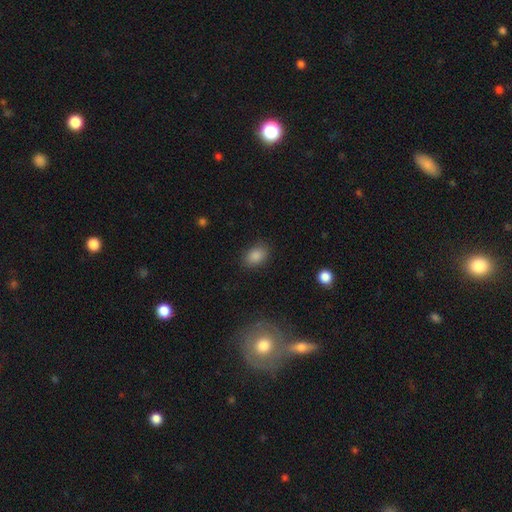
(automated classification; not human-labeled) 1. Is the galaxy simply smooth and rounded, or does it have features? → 87% smooth, 9% star or artifact, 4% featured or disk.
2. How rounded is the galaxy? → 83% in between, 16% round, 1% cigar-shaped.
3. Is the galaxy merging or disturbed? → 85% none, 11% minor disturbance, 3% major disturbance, 1% merger.